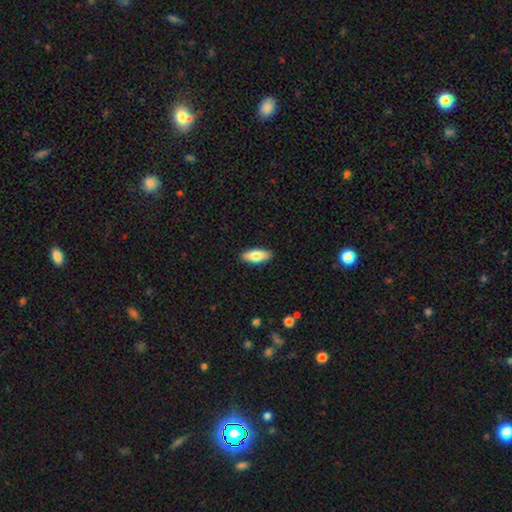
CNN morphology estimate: Q: Smooth or featured?
A: smooth (77%); runner-up: featured or disk (17%)
Q: How rounded?
A: in between (75%); runner-up: cigar-shaped (23%)
Q: Merging?
A: none (90%); runner-up: minor disturbance (8%)